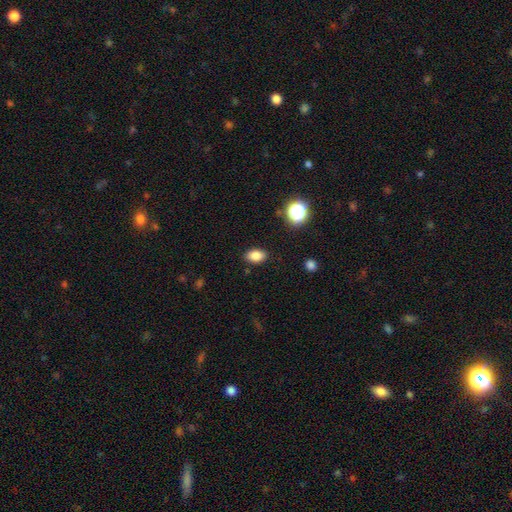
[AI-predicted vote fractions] Smooth or featured? smooth (83%)
How rounded? in between (86%)
Merging? none (87%)